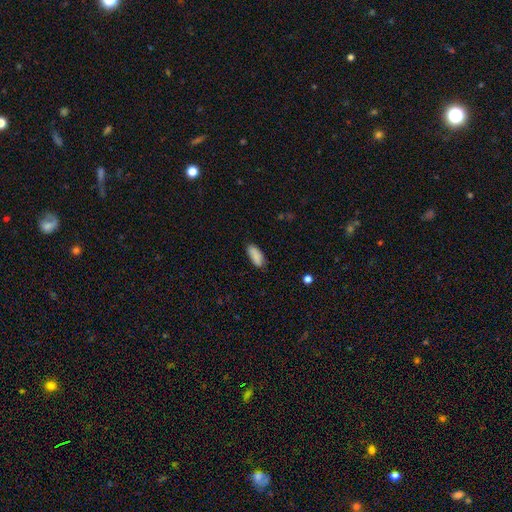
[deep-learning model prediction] A smooth galaxy with no disk features (87%) that is in between round and cigar-shaped (83%).

Vote fractions:
- Smooth or featured? smooth: 87% / star or artifact: 7% / featured or disk: 6%
- How rounded? in between: 83% / cigar-shaped: 15% / round: 2%
- Merging? none: 77% / minor disturbance: 18% / major disturbance: 3% / merger: 2%